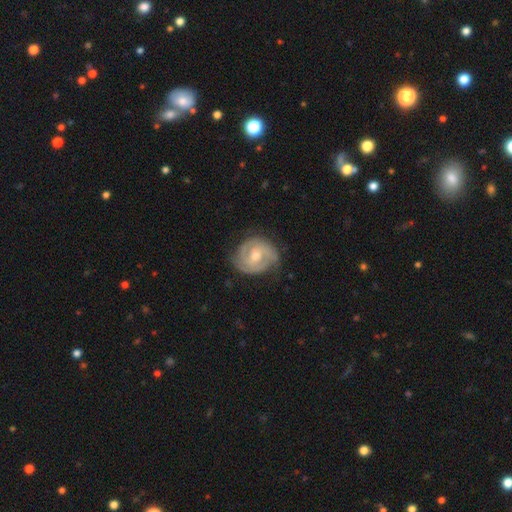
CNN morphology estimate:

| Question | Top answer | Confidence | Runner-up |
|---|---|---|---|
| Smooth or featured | featured or disk | 80% | smooth (16%) |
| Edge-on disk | no | 98% | yes (2%) |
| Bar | no | 50% | weak (42%) |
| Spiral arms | yes | 93% | no (7%) |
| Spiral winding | tight | 64% | medium (29%) |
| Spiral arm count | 2 | 58% | can't tell (18%) |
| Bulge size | moderate | 67% | small (25%) |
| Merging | none | 71% | minor disturbance (21%) |